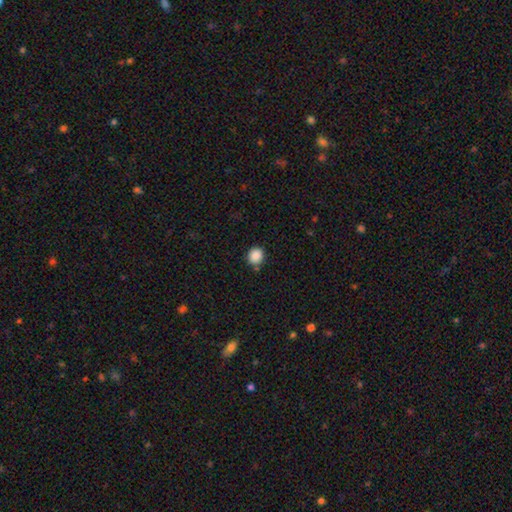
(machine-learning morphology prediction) Smooth or featured: smooth — 87% (star or artifact — 9%)
How rounded: round — 86% (in between — 13%)
Merging: none — 84% (minor disturbance — 10%)